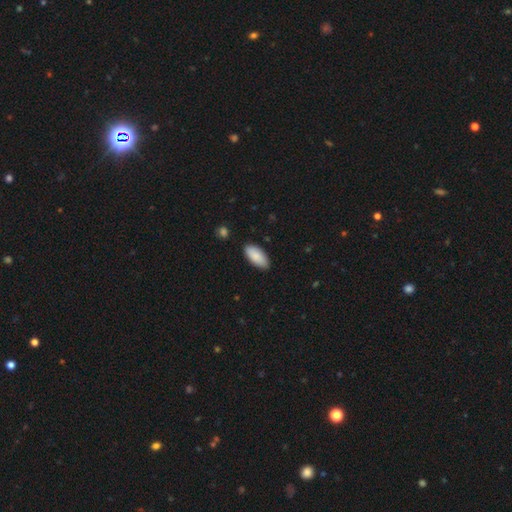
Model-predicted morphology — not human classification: smooth 89%, star or artifact 6%, featured or disk 5%. Down the decision tree: how rounded — in between (90%); merging — none (86%).